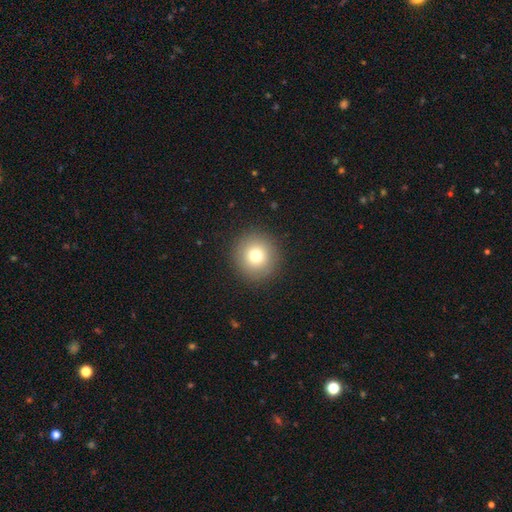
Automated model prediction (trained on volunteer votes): A smooth galaxy with no disk features (76%) that is round (95%). Merging: none (91%).